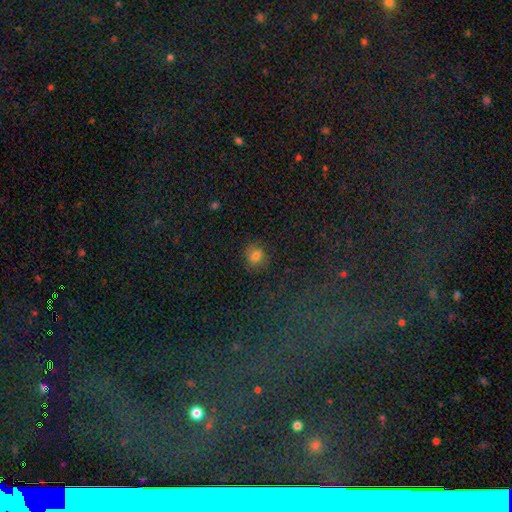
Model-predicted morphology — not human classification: A smooth galaxy with no disk features (76%) that is round (81%).

Vote fractions:
- Smooth or featured? smooth: 76% / star or artifact: 16% / featured or disk: 9%
- How rounded? round: 81% / in between: 18% / cigar-shaped: 1%
- Merging? none: 83% / minor disturbance: 12% / major disturbance: 3% / merger: 2%